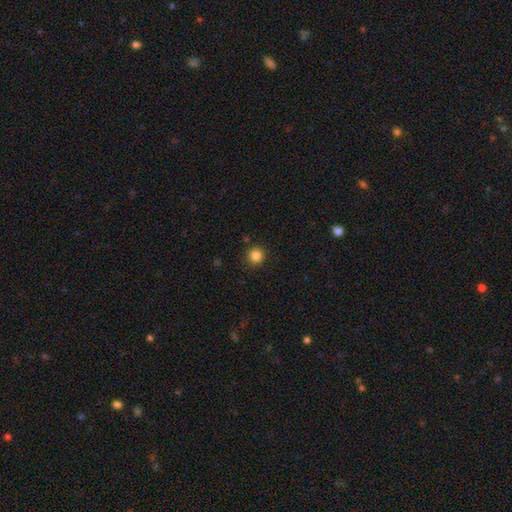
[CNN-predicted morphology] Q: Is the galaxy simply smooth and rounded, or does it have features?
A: smooth — 84%.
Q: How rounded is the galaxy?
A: round — 94%.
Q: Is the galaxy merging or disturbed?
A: none — 89%.